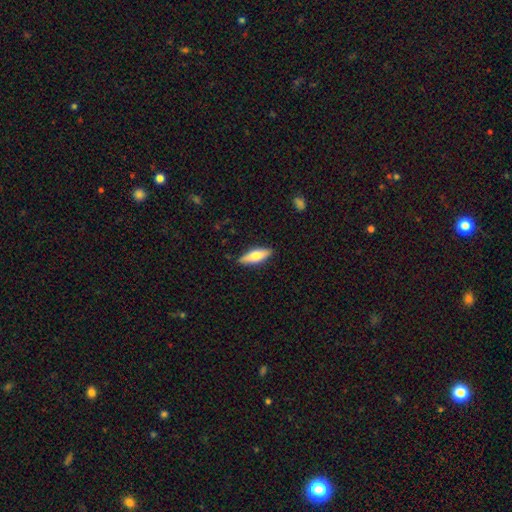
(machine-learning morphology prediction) type=smooth (61%); roundness=in between (59%); merging=none (87%).